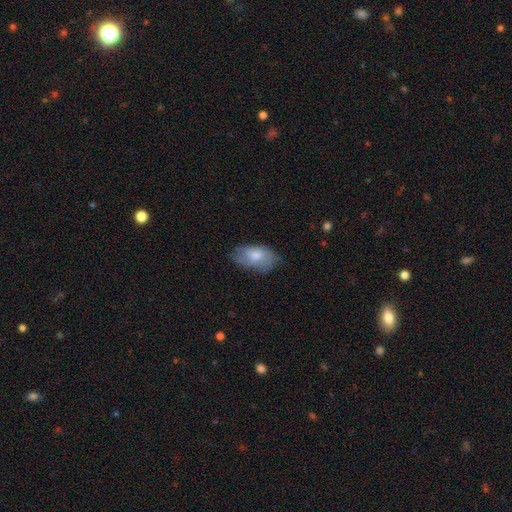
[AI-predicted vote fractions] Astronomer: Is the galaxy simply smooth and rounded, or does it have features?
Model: smooth — 72%.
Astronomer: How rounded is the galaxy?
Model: in between — 93%.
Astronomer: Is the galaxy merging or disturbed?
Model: none — 57% (runner-up: minor disturbance, 32%).